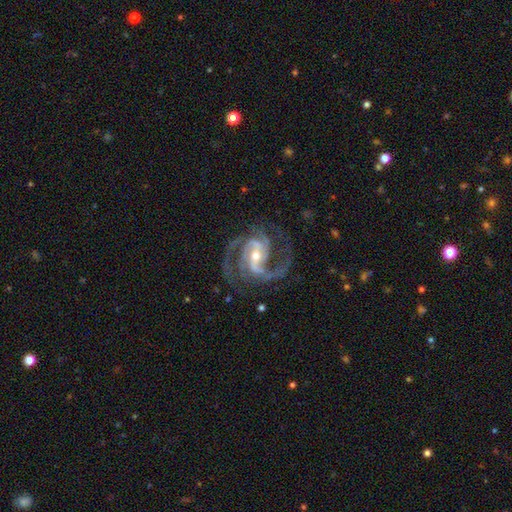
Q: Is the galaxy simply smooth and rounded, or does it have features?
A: featured or disk — 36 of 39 (92%).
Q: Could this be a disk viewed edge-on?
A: no — 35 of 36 (97%).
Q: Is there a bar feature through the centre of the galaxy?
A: weak — 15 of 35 (43%).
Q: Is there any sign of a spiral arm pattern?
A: yes — 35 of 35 (100%).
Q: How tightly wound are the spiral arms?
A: medium — 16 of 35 (46%).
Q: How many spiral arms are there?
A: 2 — 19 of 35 (54%).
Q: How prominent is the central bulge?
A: small — 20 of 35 (57%).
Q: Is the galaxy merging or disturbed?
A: none — 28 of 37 (76%).